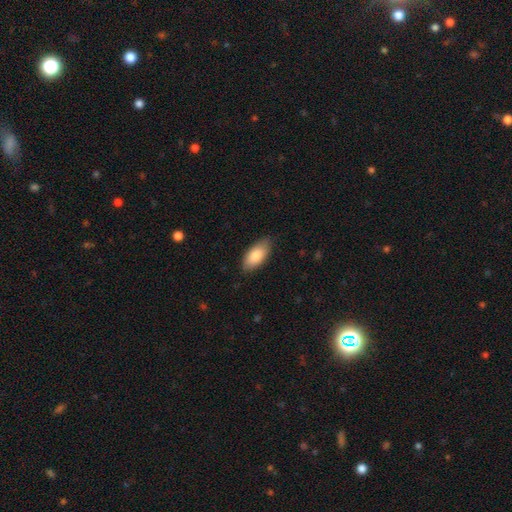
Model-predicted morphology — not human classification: Smooth or featured? smooth (85%)
How rounded? in between (91%)
Merging? none (83%)